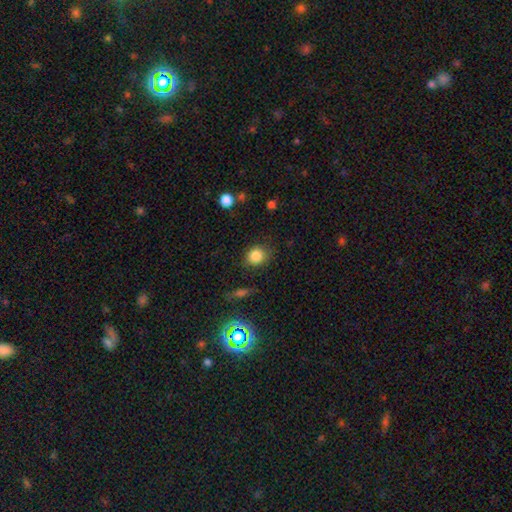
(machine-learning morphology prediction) smooth_or_featured: smooth (p=0.83) [alt: star or artifact p=0.11]
how_rounded: round (p=0.73) [alt: in between p=0.25]
merging: none (p=0.79) [alt: minor disturbance p=0.14]